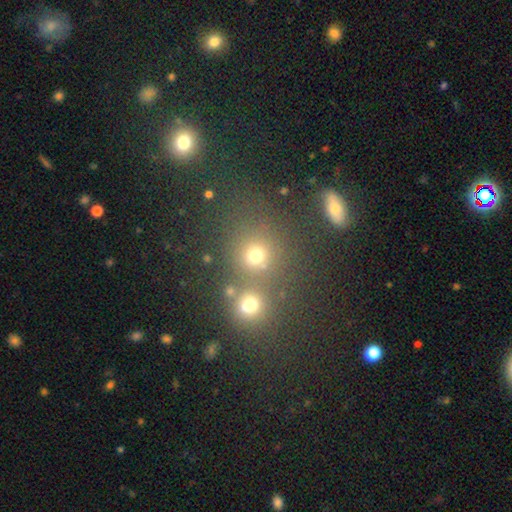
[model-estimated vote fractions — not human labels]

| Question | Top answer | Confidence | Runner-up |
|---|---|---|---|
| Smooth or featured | smooth | 71% | star or artifact (20%) |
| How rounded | round | 85% | in between (14%) |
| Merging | none | 53% | merger (36%) |